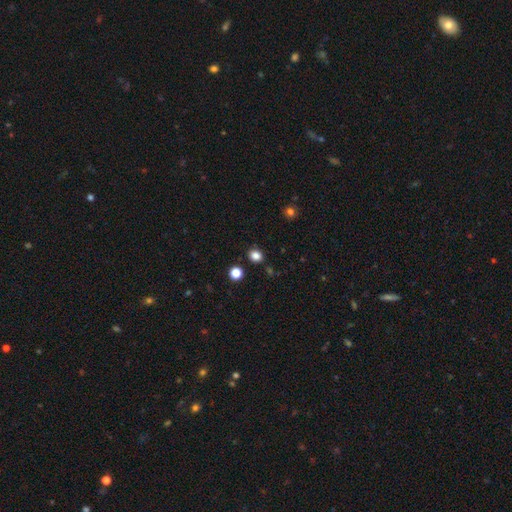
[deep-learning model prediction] Overall: smooth (83%). How rounded: round (68%; in between 31%). Merging: none (86%).